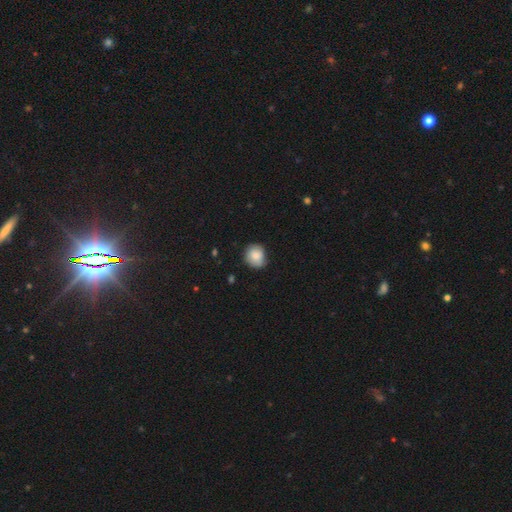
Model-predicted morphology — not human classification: smooth-or-featured: smooth: 83% | featured or disk: 10% | star or artifact: 8%
  how-rounded: round: 82% | in between: 18% | cigar-shaped: 1%
  merging: none: 73% | minor disturbance: 22% | major disturbance: 3% | merger: 1%